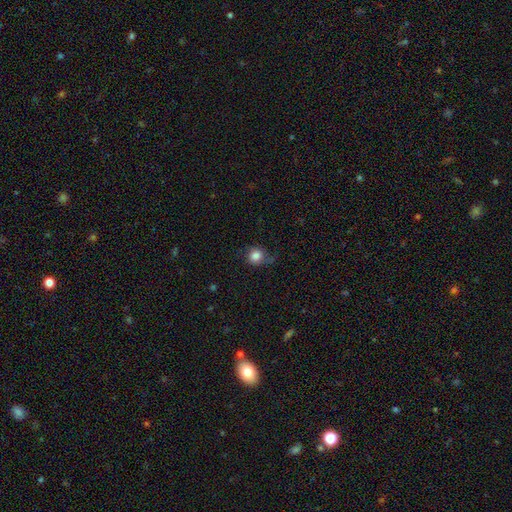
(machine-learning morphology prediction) A smooth galaxy with no disk features (77%) that is round (83%). Merging: none (58%).